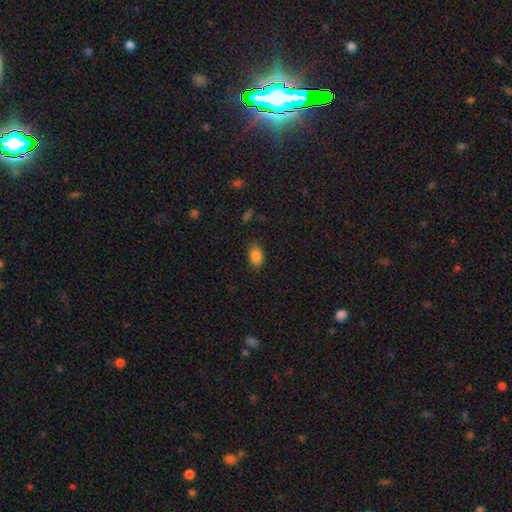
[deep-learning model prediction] Smooth or featured? smooth (86%)
How rounded? in between (89%)
Merging? none (83%)